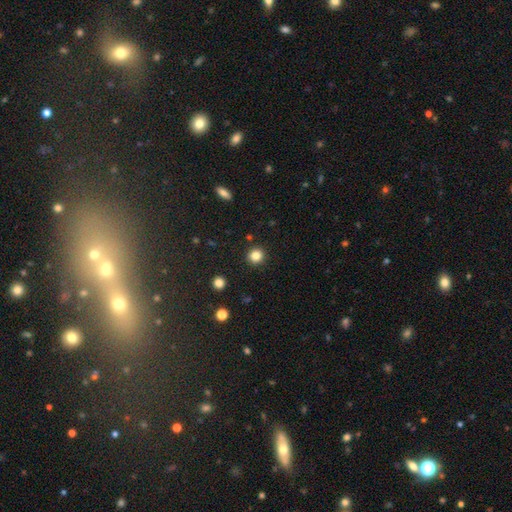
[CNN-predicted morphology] A smooth galaxy with no disk features (84%) that is round (93%). Merging: none (92%).